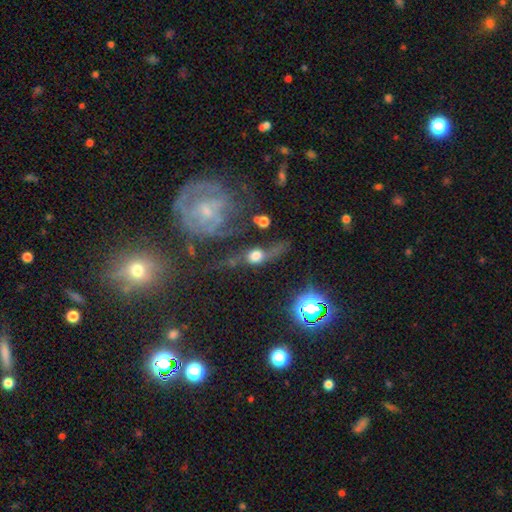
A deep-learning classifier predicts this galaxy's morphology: A featured or disk galaxy (49%).

Vote fractions:
- Smooth or featured? featured or disk: 49% / smooth: 36% / star or artifact: 16%
- Merging? none: 39% / major disturbance: 29% / minor disturbance: 20% / merger: 12%